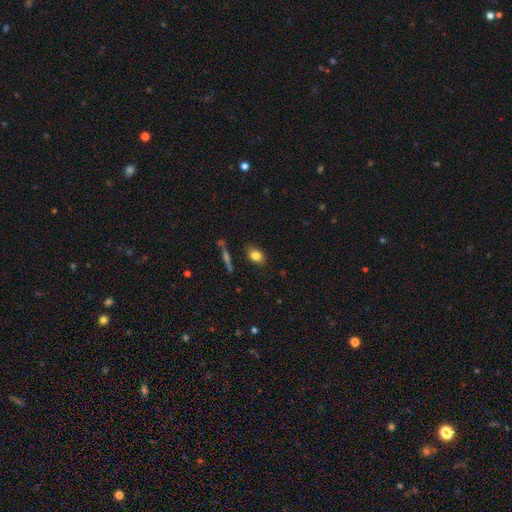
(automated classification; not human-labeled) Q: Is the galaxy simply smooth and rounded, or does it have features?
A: smooth — 81%.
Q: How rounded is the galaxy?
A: in between — 75%.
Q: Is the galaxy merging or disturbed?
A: none — 82%.